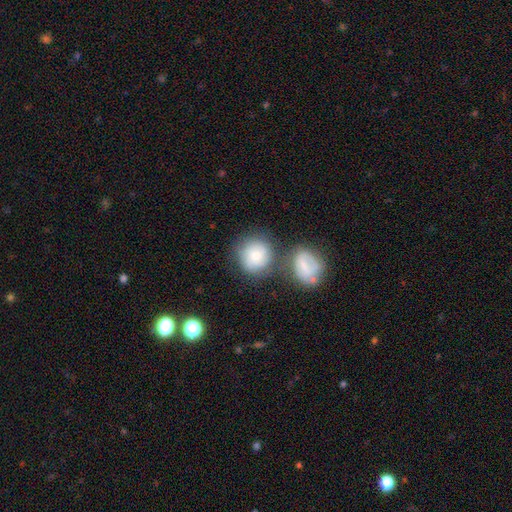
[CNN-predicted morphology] Smooth or featured? Predicted: smooth (p=0.68). How rounded? Predicted: round (p=0.86). Merging? Predicted: none (p=0.50).